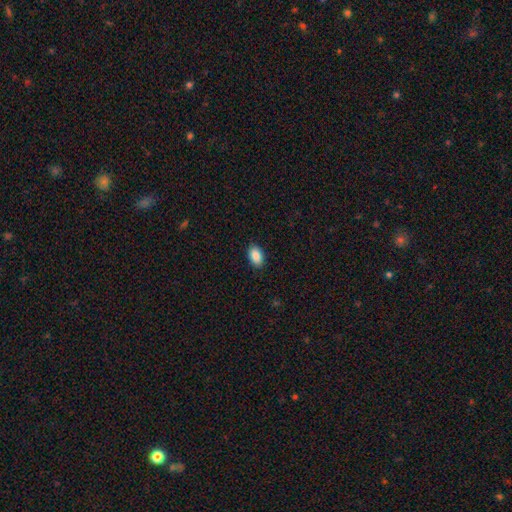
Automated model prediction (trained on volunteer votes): smooth-or-featured: smooth: 89% | star or artifact: 7% | featured or disk: 4%
  how-rounded: in between: 90% | round: 8% | cigar-shaped: 1%
  merging: none: 88% | minor disturbance: 9% | major disturbance: 2% | merger: 1%